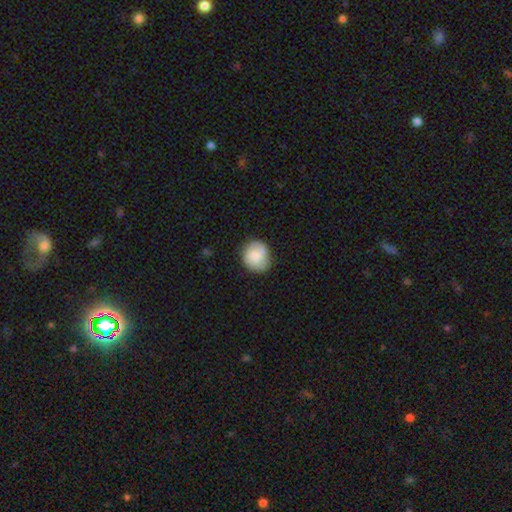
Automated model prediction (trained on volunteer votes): The model was most divided on "smooth or featured": smooth: 73%, featured or disk: 20%, star or artifact: 7%. More confident: how rounded — round (79%); merging — none (77%).